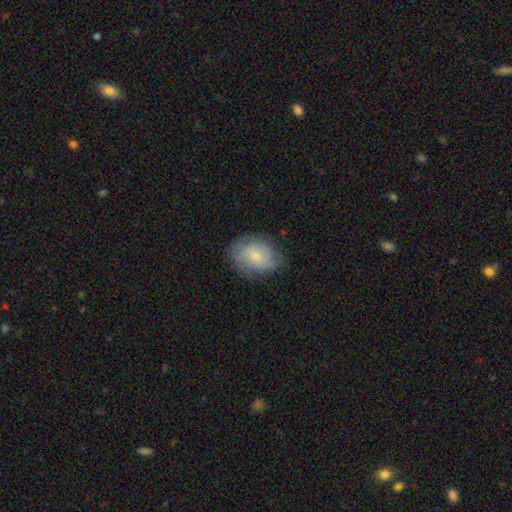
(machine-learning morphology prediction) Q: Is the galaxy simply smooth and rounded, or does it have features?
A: smooth — 64%.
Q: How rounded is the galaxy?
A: in between — 59%.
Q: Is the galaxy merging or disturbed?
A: none — 67%.